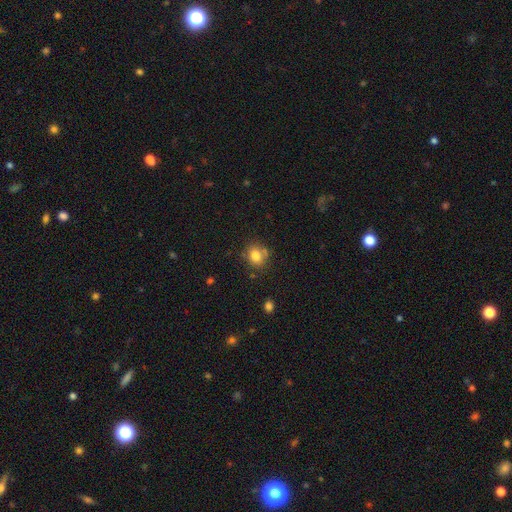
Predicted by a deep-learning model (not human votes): A smooth galaxy with no disk features (80%) that is round (62%). Merging: none (68%).